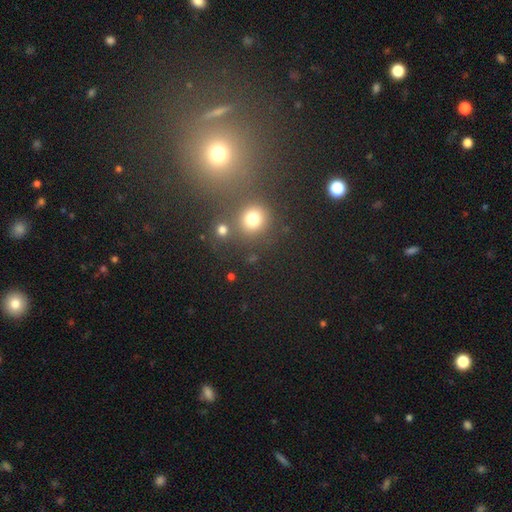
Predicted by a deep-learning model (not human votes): A star or artifact, not a galaxy (49%).